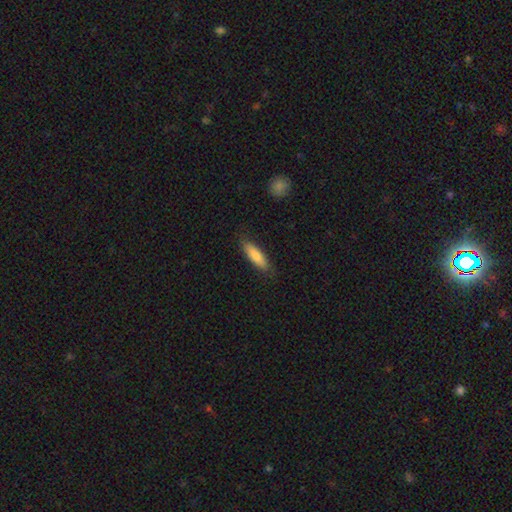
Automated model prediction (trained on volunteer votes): smooth 82%, featured or disk 12%, star or artifact 6%. Down the decision tree: how rounded — cigar-shaped (62%); merging — none (85%).